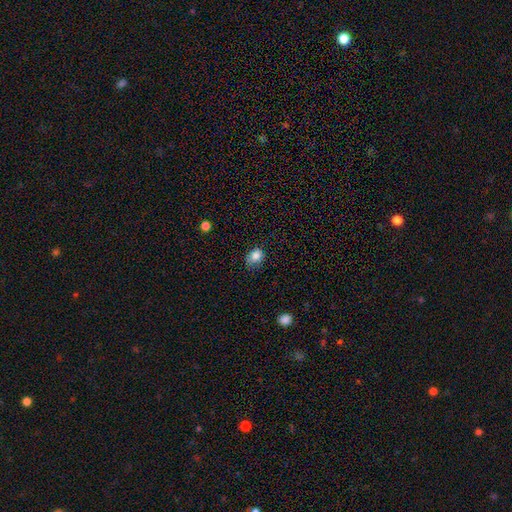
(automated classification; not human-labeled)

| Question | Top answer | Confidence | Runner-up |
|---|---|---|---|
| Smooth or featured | smooth | 83% | star or artifact (11%) |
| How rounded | round | 52% | in between (47%) |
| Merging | none | 57% | minor disturbance (32%) |